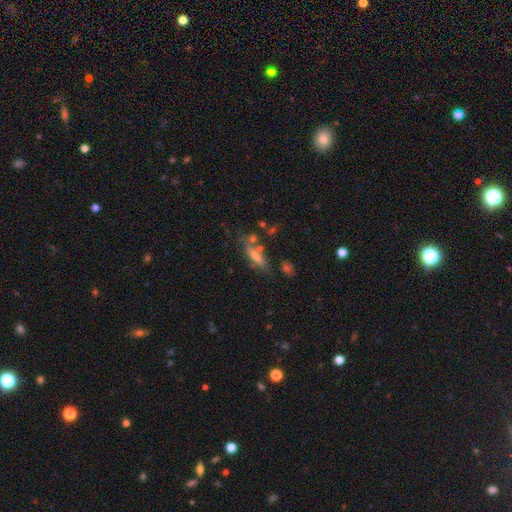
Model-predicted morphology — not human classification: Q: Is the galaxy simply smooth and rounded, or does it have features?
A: smooth — 54%.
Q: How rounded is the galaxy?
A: cigar-shaped — 62%.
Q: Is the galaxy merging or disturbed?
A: none — 57%.